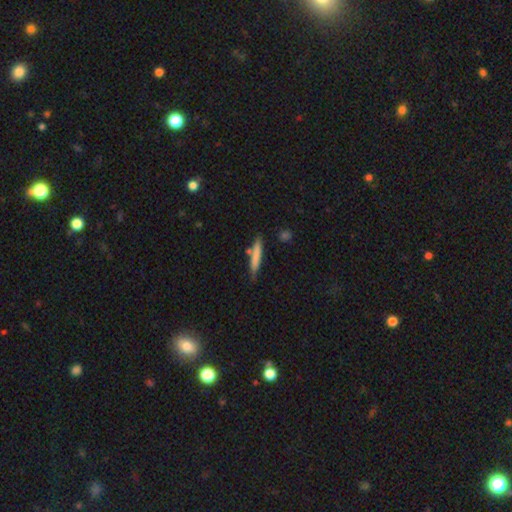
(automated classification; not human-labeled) Overall: smooth (74%). How rounded: cigar-shaped (93%). Merging: none (76%).